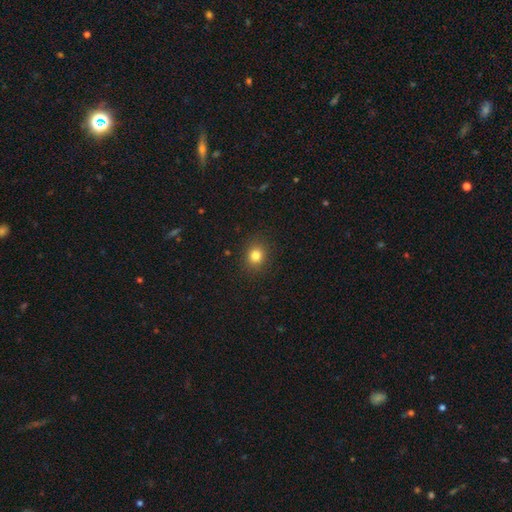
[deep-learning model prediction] Q: Smooth or featured?
A: smooth (81%); runner-up: star or artifact (13%)
Q: How rounded?
A: round (75%); runner-up: in between (24%)
Q: Merging?
A: none (89%); runner-up: minor disturbance (7%)